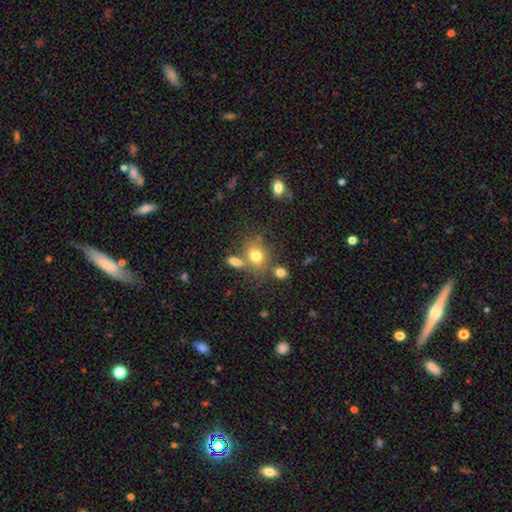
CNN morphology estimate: smooth 75%, star or artifact 13%, featured or disk 12%. Down the decision tree: how rounded — round (57%); merging — none (57%).